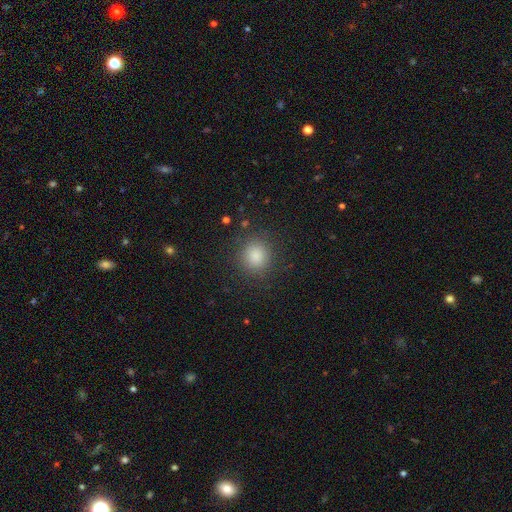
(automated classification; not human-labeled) Morphology: type=smooth (85%); roundness=round (88%); merging=none (87%).